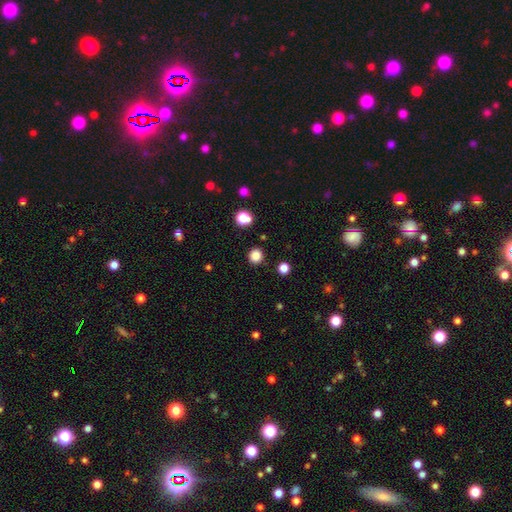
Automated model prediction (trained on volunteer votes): Q: Smooth or featured?
A: smooth (84%); runner-up: star or artifact (13%)
Q: How rounded?
A: round (91%); runner-up: in between (8%)
Q: Merging?
A: none (90%); runner-up: minor disturbance (6%)